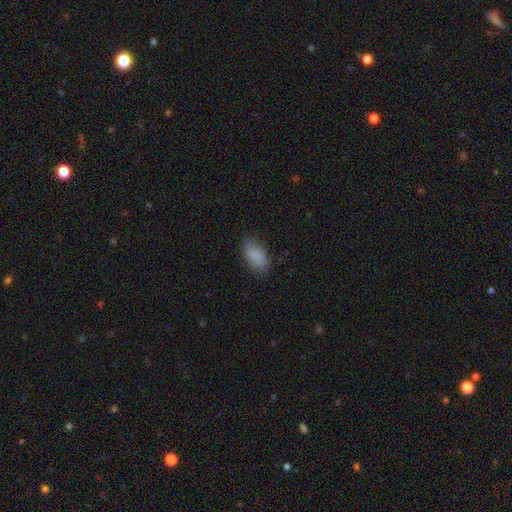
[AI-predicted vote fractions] This is clearly a smooth galaxy (85%). How rounded: clearly in between (93%). Merging: likely none (79%).